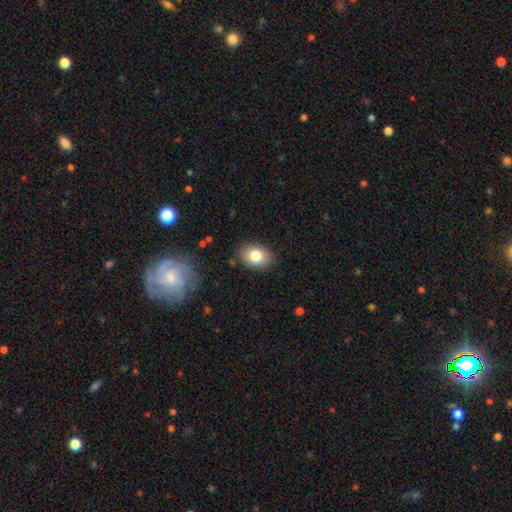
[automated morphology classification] This appears to be a smooth galaxy with no disk features (81%) that is in between round and cigar-shaped (75%). Merging: none (86%).